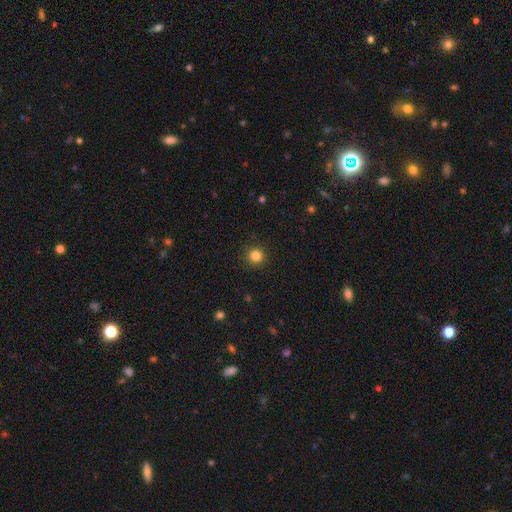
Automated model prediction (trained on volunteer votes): Smooth or featured: smooth — 84% (star or artifact — 12%)
How rounded: round — 95% (in between — 4%)
Merging: none — 92% (minor disturbance — 5%)